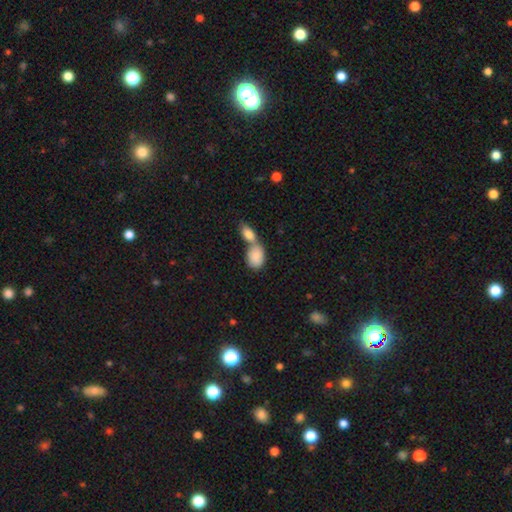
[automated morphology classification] Smooth or featured? smooth (86%)
How rounded? in between (83%)
Merging? merger (67%)